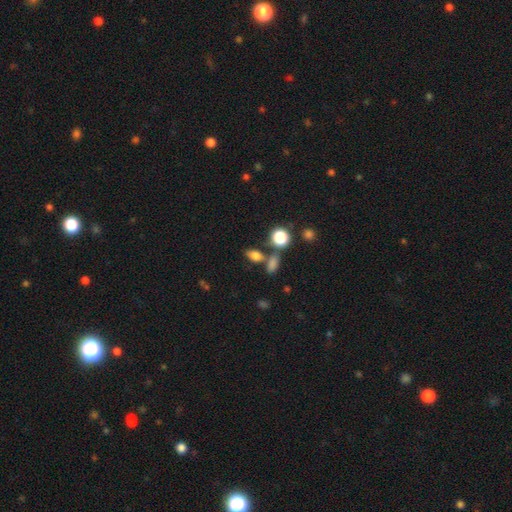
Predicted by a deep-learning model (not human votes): Smooth or featured? smooth (77%)
How rounded? in between (78%)
Merging? none (62%)